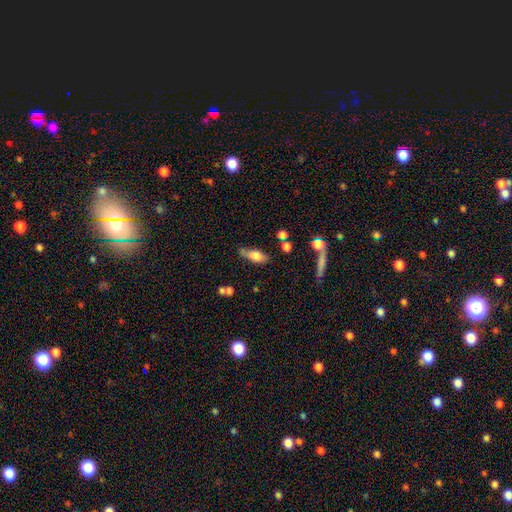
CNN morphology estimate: smooth_or_featured: smooth (p=0.70) [alt: featured or disk p=0.22]
how_rounded: in between (p=0.71) [alt: cigar-shaped p=0.26]
merging: none (p=0.60) [alt: minor disturbance p=0.26]